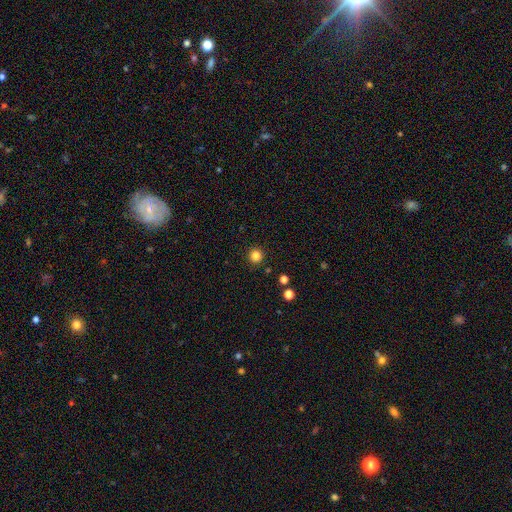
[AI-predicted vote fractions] Smooth or featured? smooth (83%)
How rounded? round (95%)
Merging? none (92%)